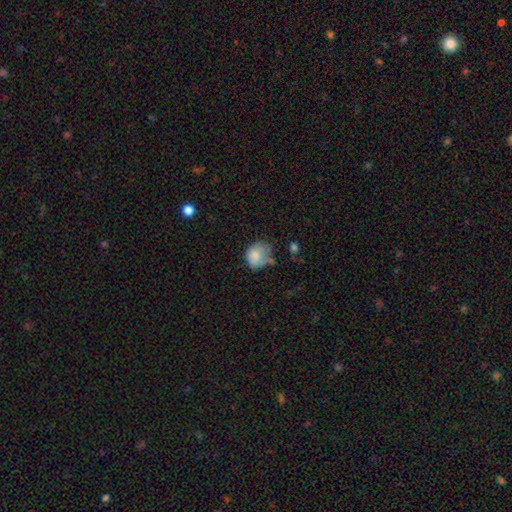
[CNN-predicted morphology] This is likely a smooth galaxy (76%). How rounded: possibly round (58%). Merging: marginally none (37%).